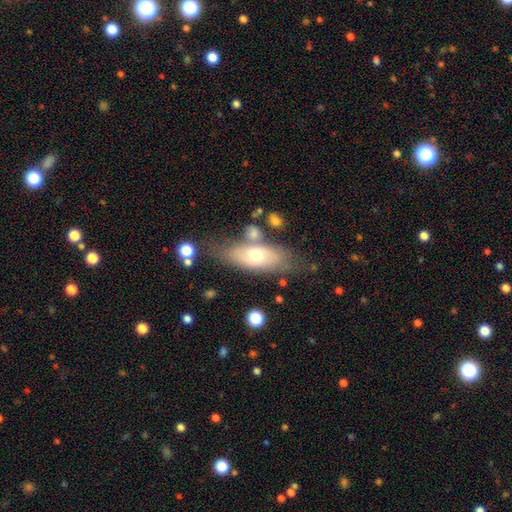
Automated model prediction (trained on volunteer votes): Q: Smooth or featured?
A: smooth (59%); runner-up: featured or disk (34%)
Q: How rounded?
A: in between (73%); runner-up: cigar-shaped (23%)
Q: Merging?
A: none (61%); runner-up: minor disturbance (19%)